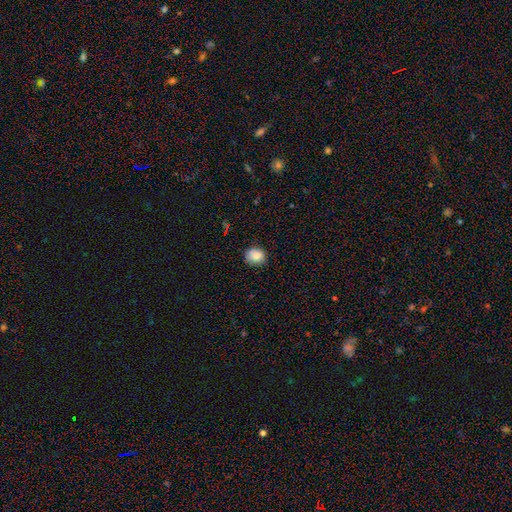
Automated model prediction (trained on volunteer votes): Smooth or featured: smooth — 86% (star or artifact — 9%)
How rounded: round — 68% (in between — 31%)
Merging: none — 77% (minor disturbance — 19%)